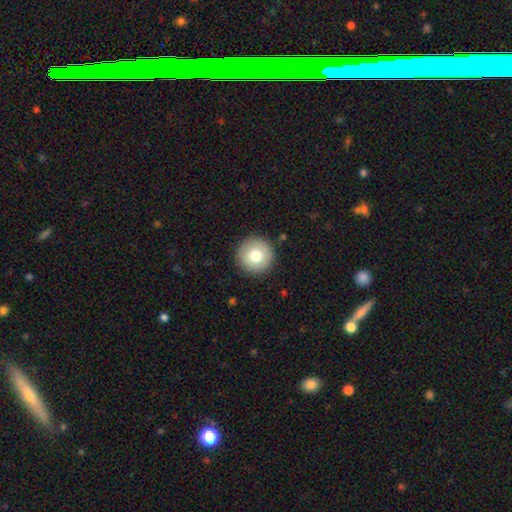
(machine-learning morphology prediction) This is likely a smooth galaxy (76%). How rounded: clearly round (97%). Merging: clearly none (91%).